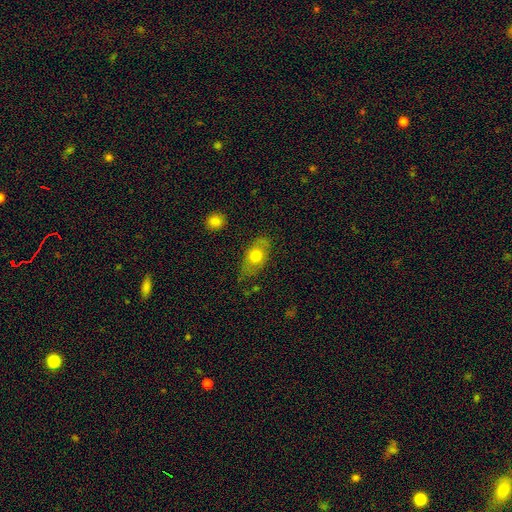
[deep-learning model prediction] Smooth or featured? Predicted: smooth (p=0.65). How rounded? Predicted: in between (p=0.83). Merging? Predicted: none (p=0.75).